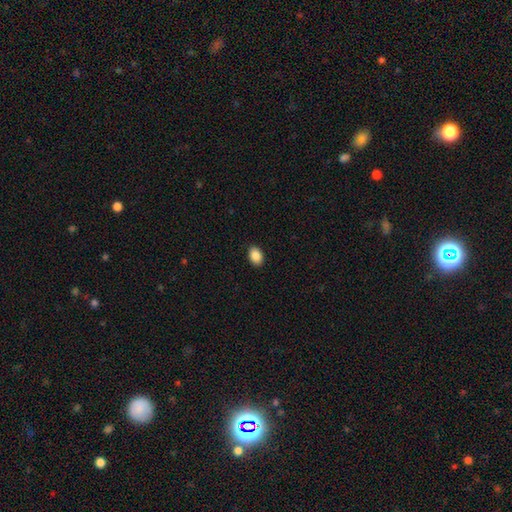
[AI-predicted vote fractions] This appears to be a smooth galaxy with no disk features (89%) that is in between round and cigar-shaped (82%). Merging: none (90%).